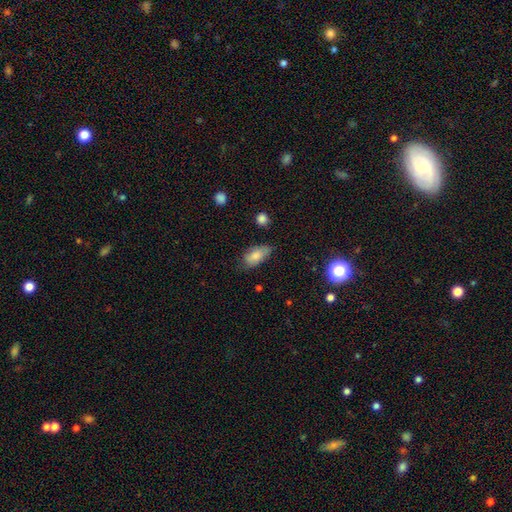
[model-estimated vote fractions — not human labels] A smooth galaxy with no disk features (81%) that is in between round and cigar-shaped (90%).

Vote fractions:
- Smooth or featured? smooth: 81% / featured or disk: 12% / star or artifact: 8%
- How rounded? in between: 90% / cigar-shaped: 7% / round: 3%
- Merging? none: 64% / minor disturbance: 28% / major disturbance: 6% / merger: 2%